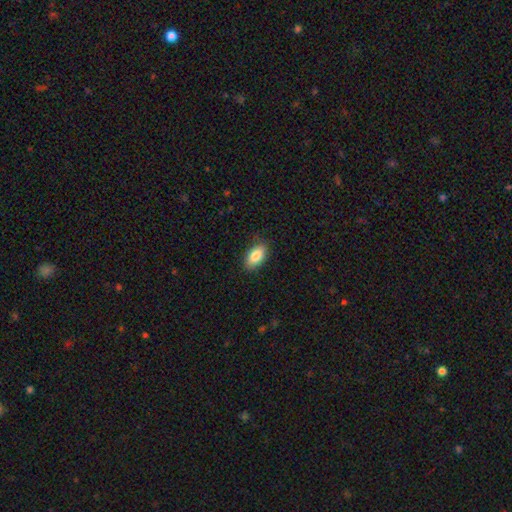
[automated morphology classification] This appears to be a smooth galaxy with no disk features (85%) that is in between round and cigar-shaped (92%). Merging: none (84%).